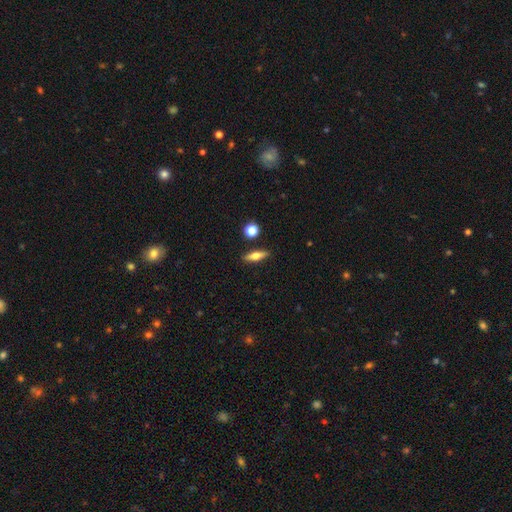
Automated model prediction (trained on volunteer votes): smooth 53%, featured or disk 39%, star or artifact 8%. Down the decision tree: how rounded — cigar-shaped (56%); merging — none (86%).